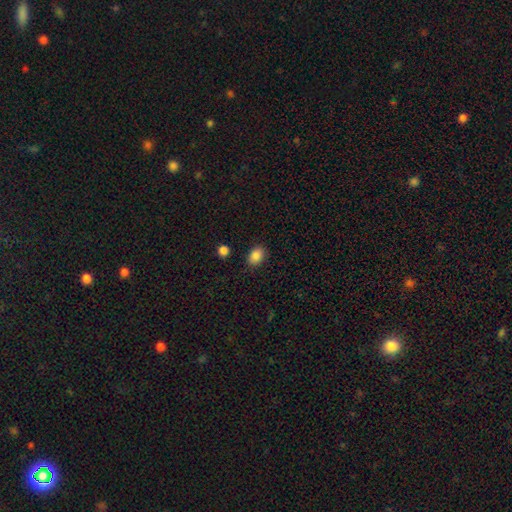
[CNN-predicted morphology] The model was most divided on "how rounded": in between: 76%, round: 23%, cigar-shaped: 1%. More confident: smooth or featured — smooth (87%); merging — none (85%).